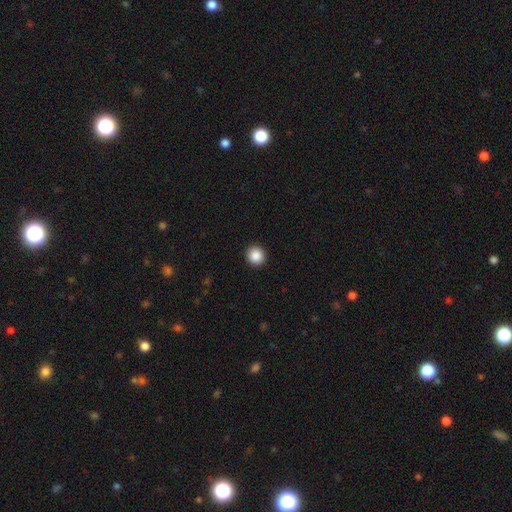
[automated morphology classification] This appears to be a smooth galaxy with no disk features (88%) that is round (93%). Merging: none (93%).